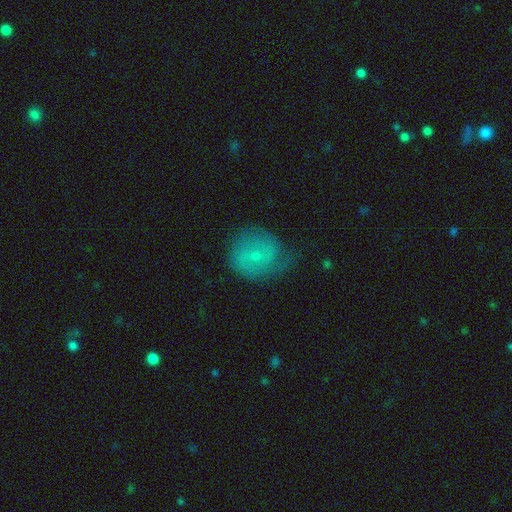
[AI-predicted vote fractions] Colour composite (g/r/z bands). It shows a featured or disk galaxy (51%). Merging: none (56%).